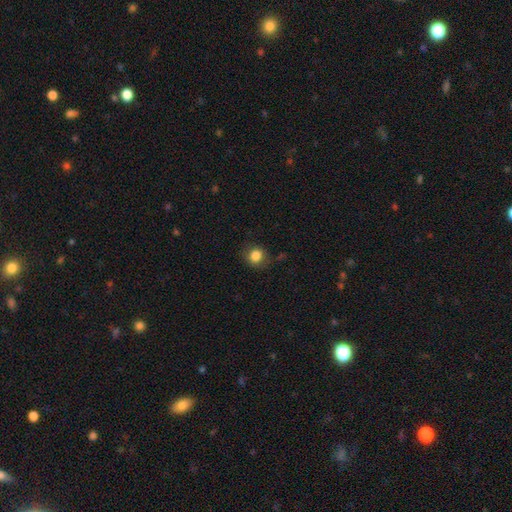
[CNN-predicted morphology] Smooth or featured: smooth — 84% (star or artifact — 10%)
How rounded: round — 80% (in between — 19%)
Merging: none — 78% (minor disturbance — 15%)